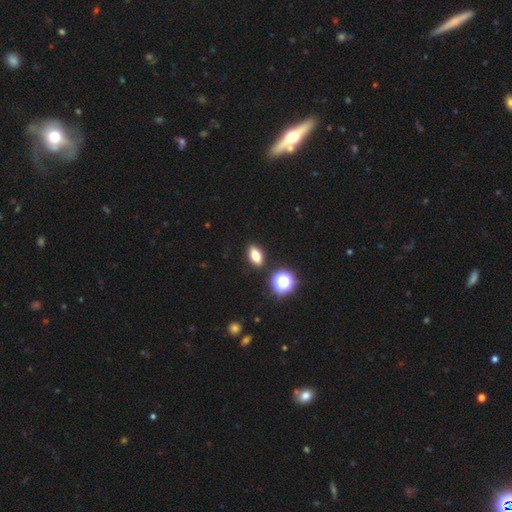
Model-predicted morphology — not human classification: The model was most divided on "smooth or featured": smooth: 74%, star or artifact: 14%, featured or disk: 12%. More confident: merging — none (88%); how rounded — in between (79%).